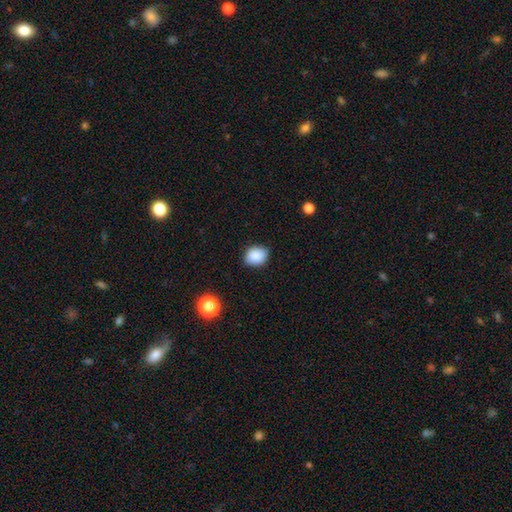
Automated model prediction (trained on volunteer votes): smooth 88%, star or artifact 9%, featured or disk 4%. Down the decision tree: how rounded — round (50%); merging — none (84%).